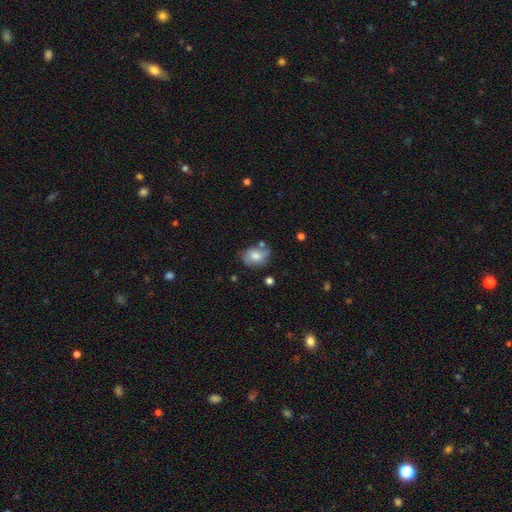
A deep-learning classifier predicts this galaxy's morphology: A smooth galaxy with no disk features (65%) that is in between round and cigar-shaped (67%). Merging: none (57%).